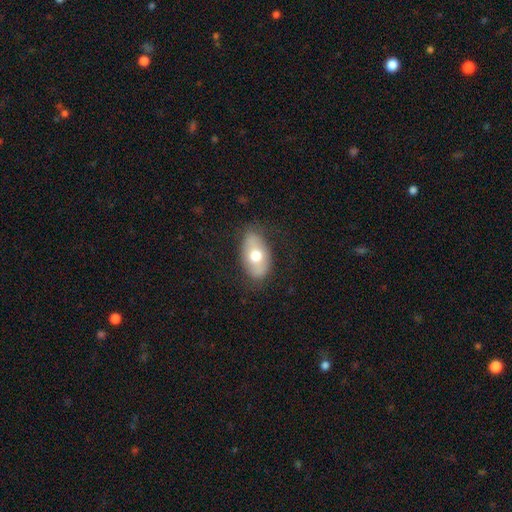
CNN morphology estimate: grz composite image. It shows a smooth galaxy with no disk features (62%) that is in between round and cigar-shaped (91%). Merging: none (77%).